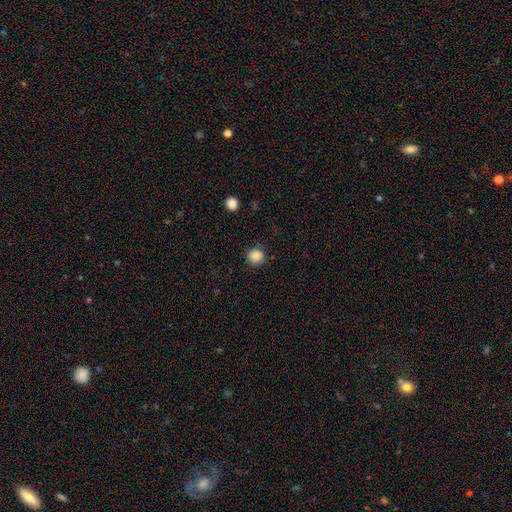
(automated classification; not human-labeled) This appears to be a smooth galaxy with no disk features (86%) that is round (91%). Merging: none (86%).